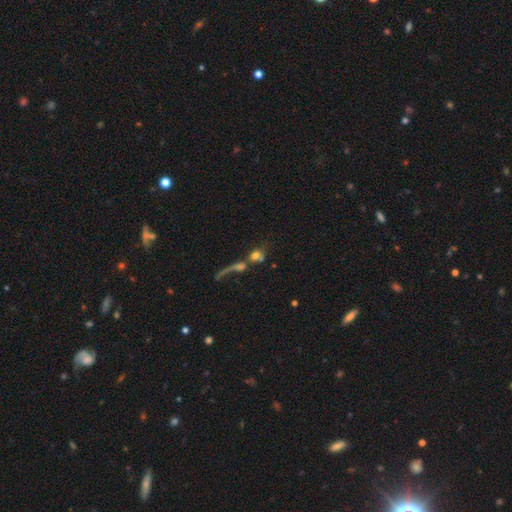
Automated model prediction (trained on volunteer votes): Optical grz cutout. It shows a smooth galaxy with no disk features (59%) that is round (72%). Merging: merger (51%).